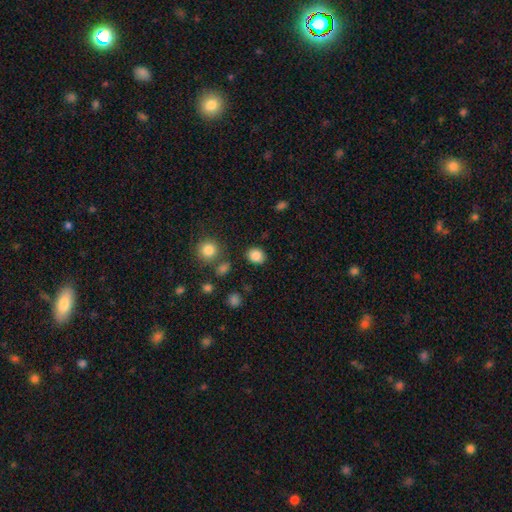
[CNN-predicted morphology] This appears to be a smooth galaxy with no disk features (85%) that is round (61%). Merging: none (84%).